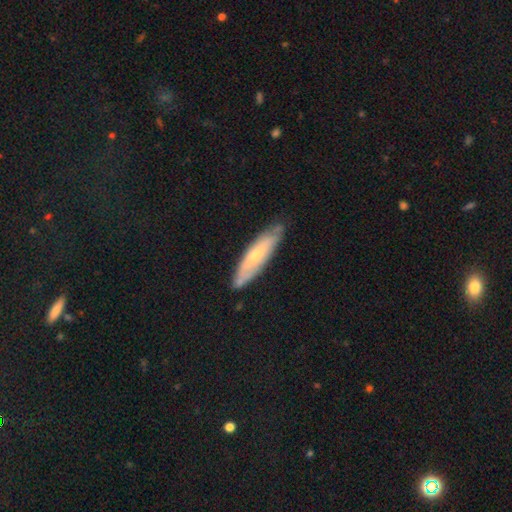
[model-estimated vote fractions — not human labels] Smooth or featured? featured or disk (52%)
Edge-on disk? no (51%)
Merging? none (73%)